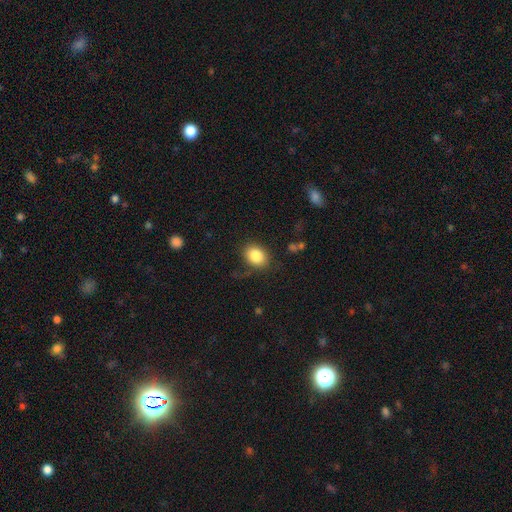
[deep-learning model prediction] Smooth or featured: smooth — 85% (star or artifact — 8%)
How rounded: in between — 64% (round — 35%)
Merging: none — 76% (minor disturbance — 15%)